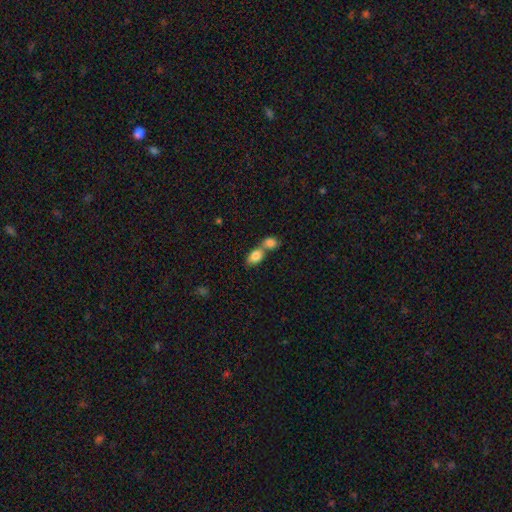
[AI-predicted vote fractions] This appears to be a smooth galaxy with no disk features (83%) that is in between round and cigar-shaped (81%). Merging: merger (66%).